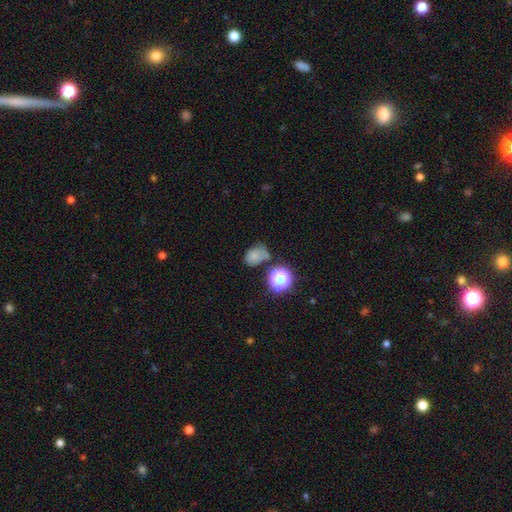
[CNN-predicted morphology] A smooth galaxy with no disk features (65%) that is in between round and cigar-shaped (61%).

Vote fractions:
- Smooth or featured? smooth: 65% / star or artifact: 20% / featured or disk: 15%
- How rounded? in between: 61% / round: 38% / cigar-shaped: 1%
- Merging? none: 43% / minor disturbance: 26% / merger: 18% / major disturbance: 14%